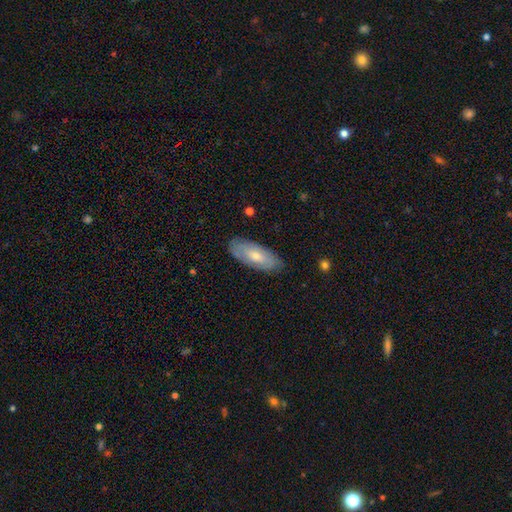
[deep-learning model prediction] Smooth or featured?
  - smooth: 53% *
  - featured or disk: 41%
  - star or artifact: 7%
How rounded?
  - in between: 80% *
  - cigar-shaped: 18%
  - round: 2%
Merging?
  - none: 85% *
  - minor disturbance: 12%
  - major disturbance: 2%
  - merger: 1%